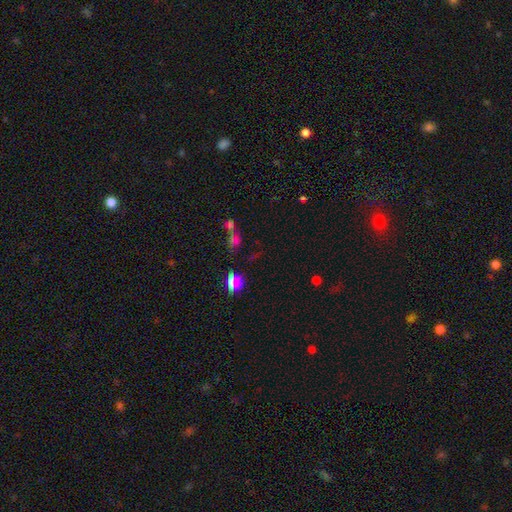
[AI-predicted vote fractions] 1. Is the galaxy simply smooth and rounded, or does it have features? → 59% star or artifact, 29% smooth, 12% featured or disk.